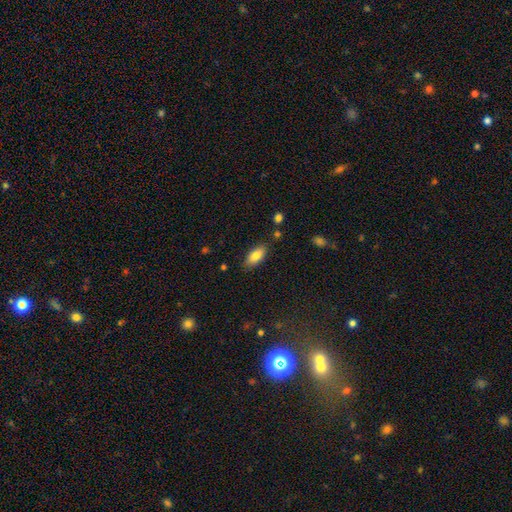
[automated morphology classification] Smooth or featured? Predicted: smooth (p=0.84). How rounded? Predicted: in between (p=0.87). Merging? Predicted: none (p=0.84).